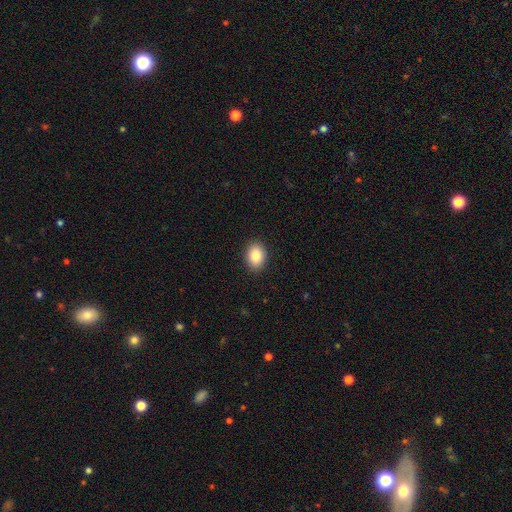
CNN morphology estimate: This appears to be a smooth galaxy with no disk features (88%) that is in between round and cigar-shaped (75%). Merging: none (90%).